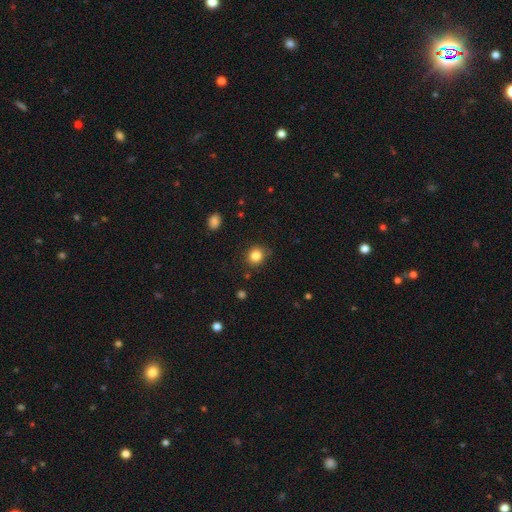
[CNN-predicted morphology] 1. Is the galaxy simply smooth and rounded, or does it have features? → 84% smooth, 11% star or artifact, 5% featured or disk.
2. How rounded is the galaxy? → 82% round, 17% in between, 1% cigar-shaped.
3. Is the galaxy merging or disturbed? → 83% none, 12% minor disturbance, 3% major disturbance, 2% merger.